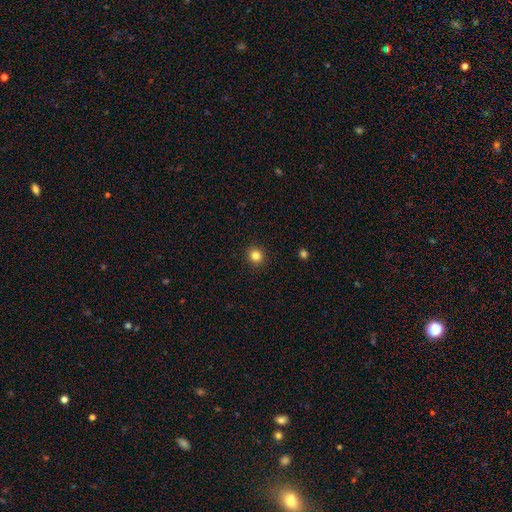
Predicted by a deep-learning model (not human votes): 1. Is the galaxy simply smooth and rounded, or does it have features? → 83% smooth, 12% star or artifact, 5% featured or disk.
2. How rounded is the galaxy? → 92% round, 7% in between, 1% cigar-shaped.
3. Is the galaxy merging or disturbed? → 93% none, 5% minor disturbance, 2% major disturbance, 1% merger.